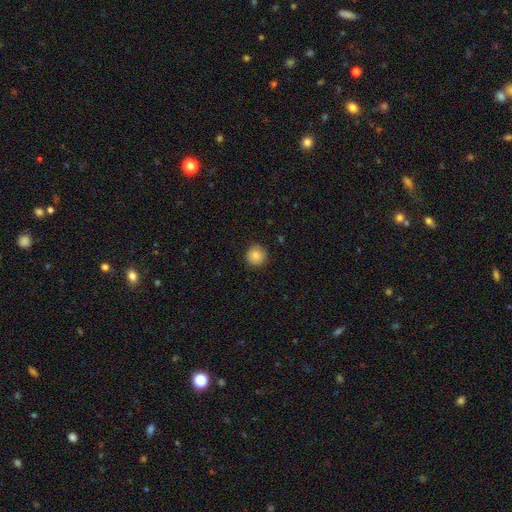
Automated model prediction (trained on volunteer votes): Q: Smooth or featured?
A: smooth (84%); runner-up: star or artifact (9%)
Q: How rounded?
A: round (95%); runner-up: in between (4%)
Q: Merging?
A: none (92%); runner-up: minor disturbance (5%)